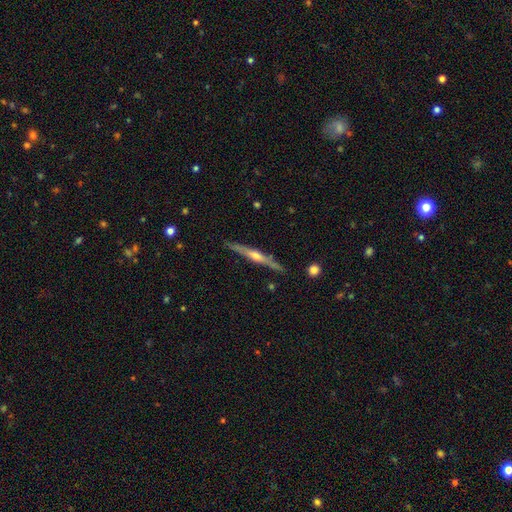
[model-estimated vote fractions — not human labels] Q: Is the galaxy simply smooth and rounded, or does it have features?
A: featured or disk — 78%.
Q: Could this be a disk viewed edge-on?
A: yes — 98%.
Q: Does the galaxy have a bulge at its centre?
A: rounded — 85%.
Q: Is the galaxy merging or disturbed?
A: none — 88%.